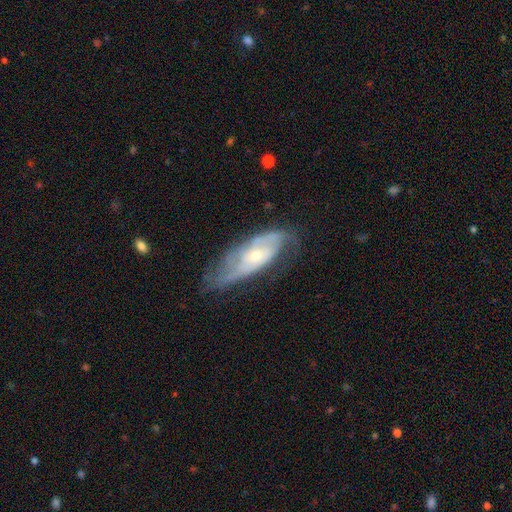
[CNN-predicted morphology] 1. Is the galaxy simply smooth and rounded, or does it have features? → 74% featured or disk, 19% smooth, 6% star or artifact.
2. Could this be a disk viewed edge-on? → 86% no, 14% yes.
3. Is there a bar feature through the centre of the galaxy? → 69% no, 26% weak, 5% strong.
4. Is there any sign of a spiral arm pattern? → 86% yes, 14% no.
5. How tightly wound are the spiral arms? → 43% tight, 39% medium, 18% loose.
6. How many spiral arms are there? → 45% 2, 37% can't tell, 8% 3, 6% 1, 3% 4, 2% more than 4.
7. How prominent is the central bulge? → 51% small, 44% moderate, 3% large, 2% none, 1% dominant.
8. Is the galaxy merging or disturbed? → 56% none, 27% minor disturbance, 15% major disturbance, 2% merger.